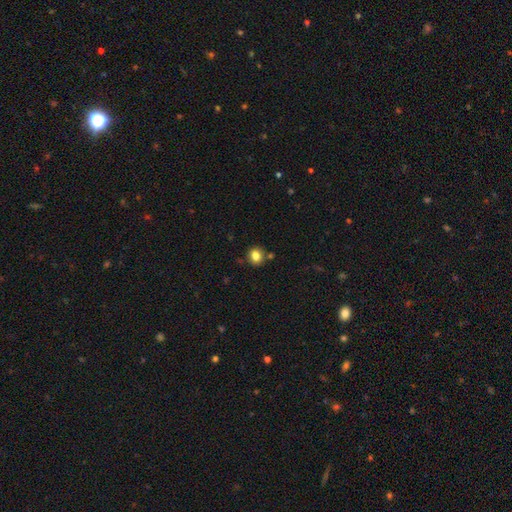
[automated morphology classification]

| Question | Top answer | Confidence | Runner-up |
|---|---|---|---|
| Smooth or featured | smooth | 82% | star or artifact (11%) |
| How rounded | round | 78% | in between (21%) |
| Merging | none | 82% | minor disturbance (9%) |